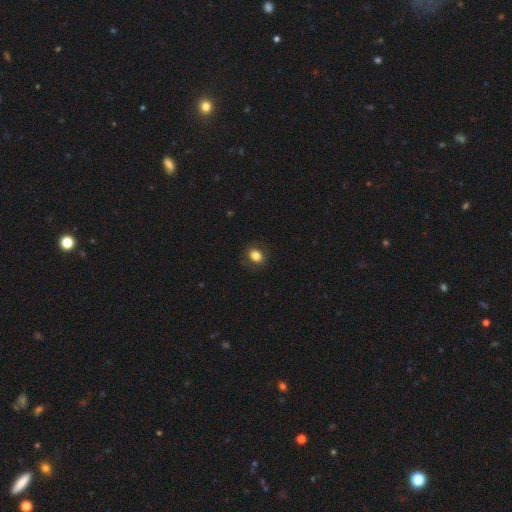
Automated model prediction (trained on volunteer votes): A smooth galaxy with no disk features (82%) that is in between round and cigar-shaped (54%). Merging: none (86%).